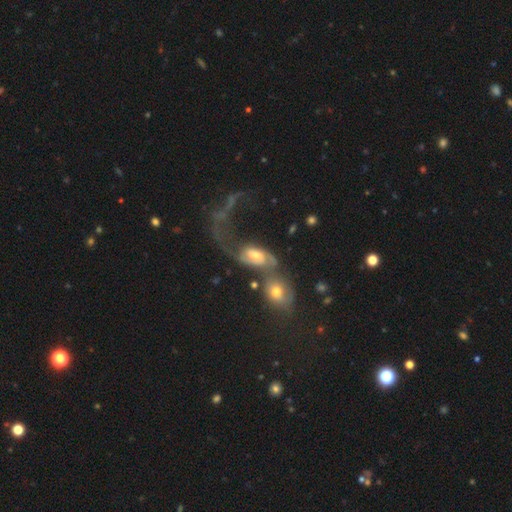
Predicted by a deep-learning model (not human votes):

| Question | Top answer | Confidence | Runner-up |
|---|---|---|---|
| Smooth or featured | featured or disk | 53% | smooth (34%) |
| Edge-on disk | no | 93% | yes (7%) |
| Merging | merger | 59% | major disturbance (23%) |